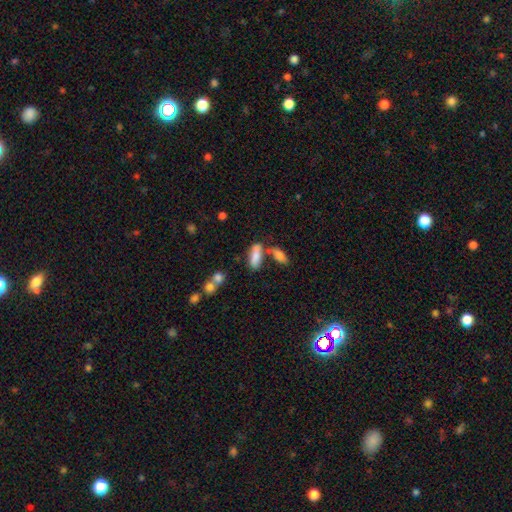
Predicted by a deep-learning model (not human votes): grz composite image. It shows a smooth galaxy with no disk features (79%) that is in between round and cigar-shaped (63%). Merging: none (48%).